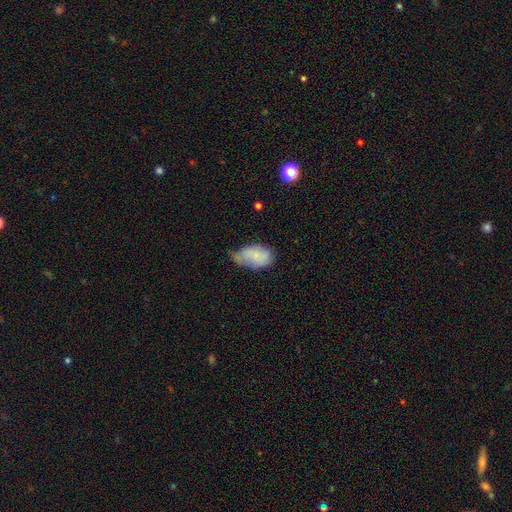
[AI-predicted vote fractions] Smooth or featured? smooth (72%)
How rounded? in between (93%)
Merging? minor disturbance (44%)